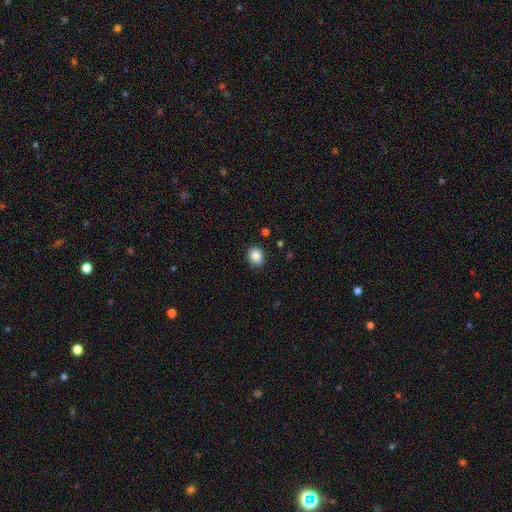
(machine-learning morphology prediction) Smooth or featured: smooth — 87% (star or artifact — 9%)
How rounded: round — 60% (in between — 39%)
Merging: none — 86% (minor disturbance — 10%)